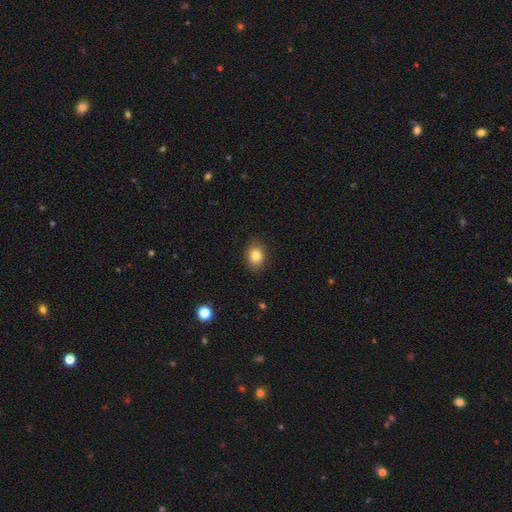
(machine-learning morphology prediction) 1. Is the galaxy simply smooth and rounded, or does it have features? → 83% smooth, 10% star or artifact, 7% featured or disk.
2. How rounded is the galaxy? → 51% round, 48% in between, 1% cigar-shaped.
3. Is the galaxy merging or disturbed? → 88% none, 9% minor disturbance, 2% major disturbance, 1% merger.